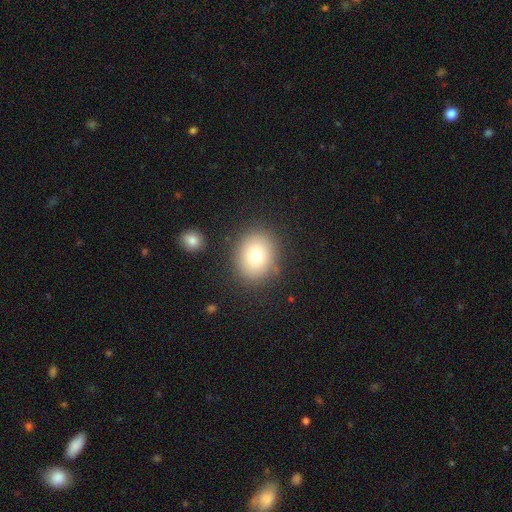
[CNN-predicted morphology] Overall: smooth (75%). How rounded: round (66%; in between 33%). Merging: none (85%).